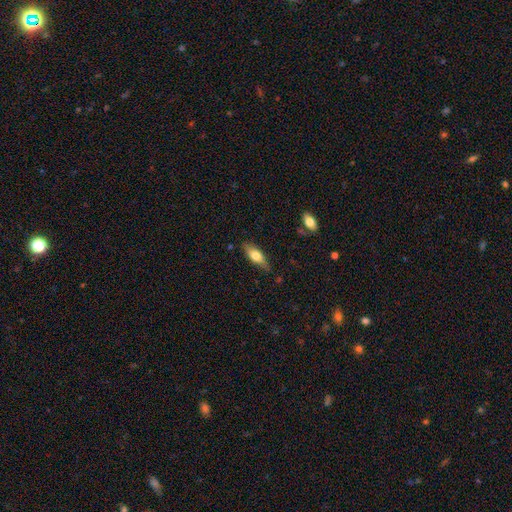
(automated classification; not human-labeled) Smooth or featured: smooth — 67% (featured or disk — 27%)
How rounded: in between — 68% (cigar-shaped — 29%)
Merging: none — 78% (minor disturbance — 17%)